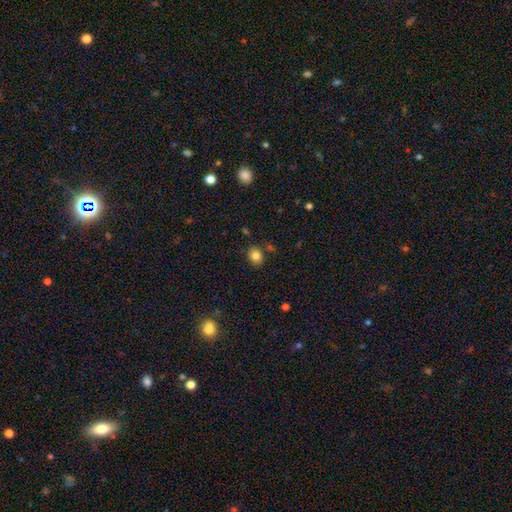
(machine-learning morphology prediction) smooth_or_featured: smooth (p=0.82) [alt: star or artifact p=0.11]
how_rounded: round (p=0.61) [alt: in between p=0.38]
merging: none (p=0.81) [alt: minor disturbance p=0.12]